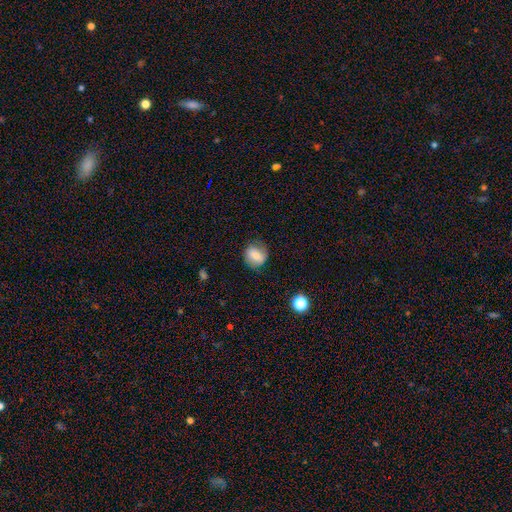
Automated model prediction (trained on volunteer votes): A smooth galaxy with no disk features (67%) that is round (68%).

Vote fractions:
- Smooth or featured? smooth: 67% / featured or disk: 24% / star or artifact: 9%
- How rounded? round: 68% / in between: 30% / cigar-shaped: 1%
- Merging? none: 73% / minor disturbance: 19% / major disturbance: 6% / merger: 1%